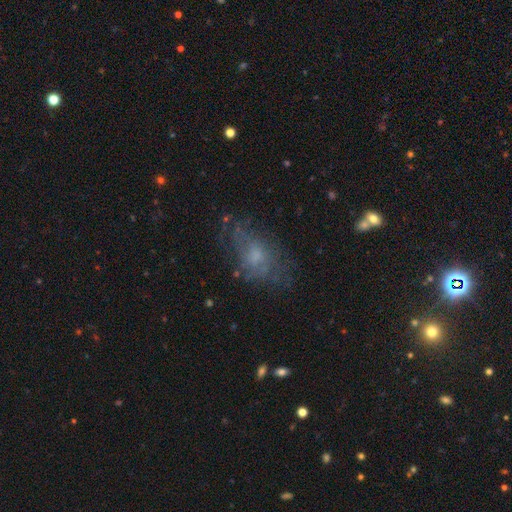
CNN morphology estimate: This appears to be a featured or disk galaxy (43%). Merging: none (56%).